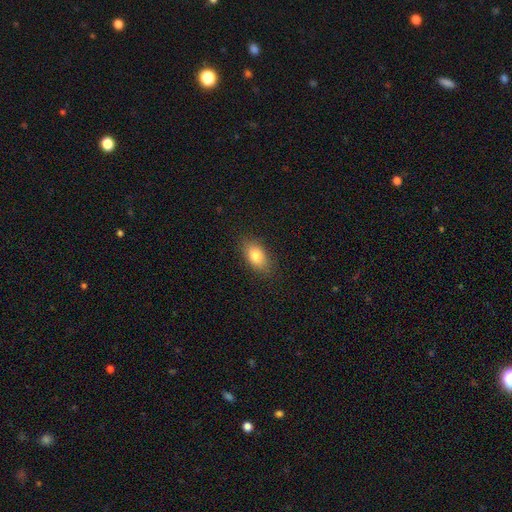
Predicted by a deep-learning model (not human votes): Smooth or featured? Predicted: smooth (p=0.81). How rounded? Predicted: in between (p=0.87). Merging? Predicted: none (p=0.85).